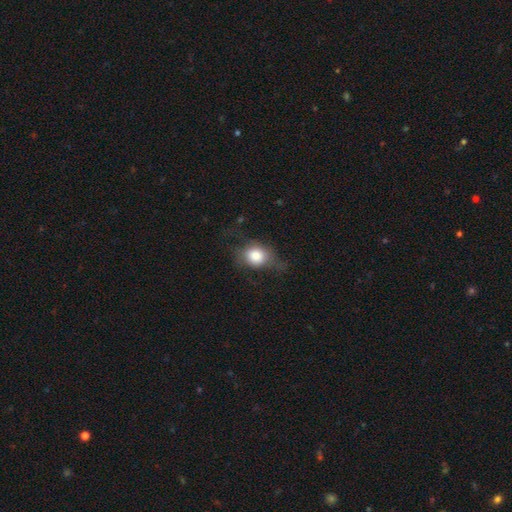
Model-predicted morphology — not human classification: The model was most divided on "merging": none: 52%, minor disturbance: 28%, major disturbance: 19%, merger: 2%. More confident: smooth or featured — smooth (74%); how rounded — round (63%).